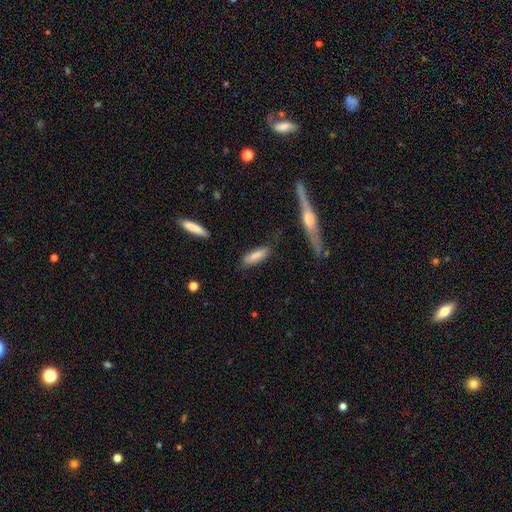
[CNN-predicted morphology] Overall: smooth (83%). How rounded: cigar-shaped (55%; in between 43%). Merging: none (76%).